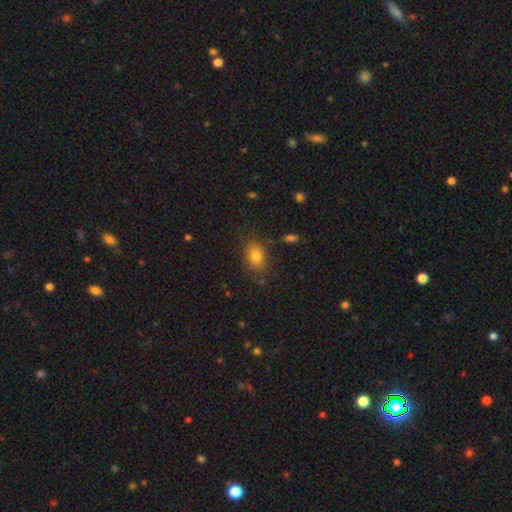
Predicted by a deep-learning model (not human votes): Overall: smooth (80%). How rounded: in between (73%). Merging: none (80%).